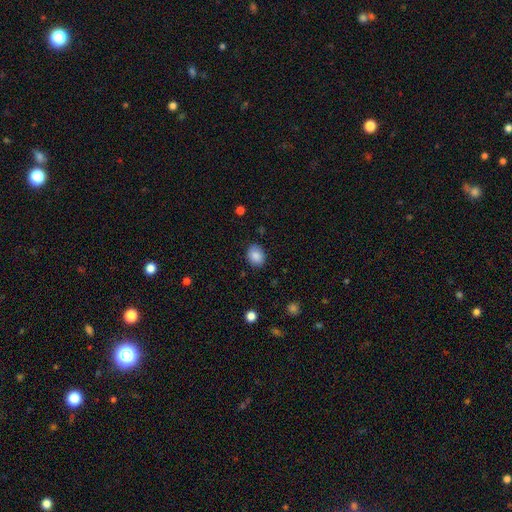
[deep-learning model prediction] A smooth galaxy with no disk features (87%) that is round (51%).

Vote fractions:
- Smooth or featured? smooth: 87% / star or artifact: 8% / featured or disk: 5%
- How rounded? round: 51% / in between: 48% / cigar-shaped: 1%
- Merging? none: 82% / minor disturbance: 14% / major disturbance: 3% / merger: 1%